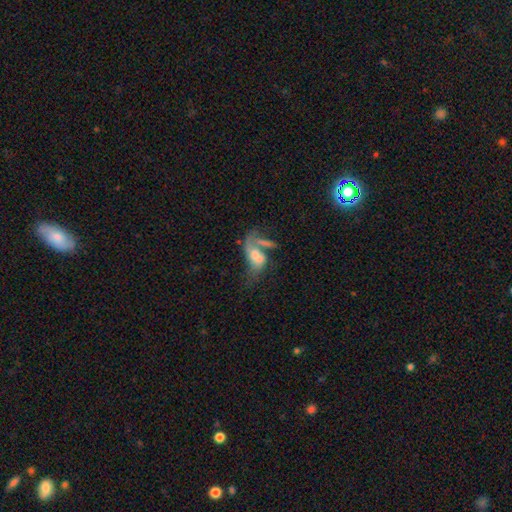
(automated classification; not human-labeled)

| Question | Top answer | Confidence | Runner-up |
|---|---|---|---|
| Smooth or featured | featured or disk | 48% | smooth (42%) |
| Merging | merger | 44% | major disturbance (27%) |